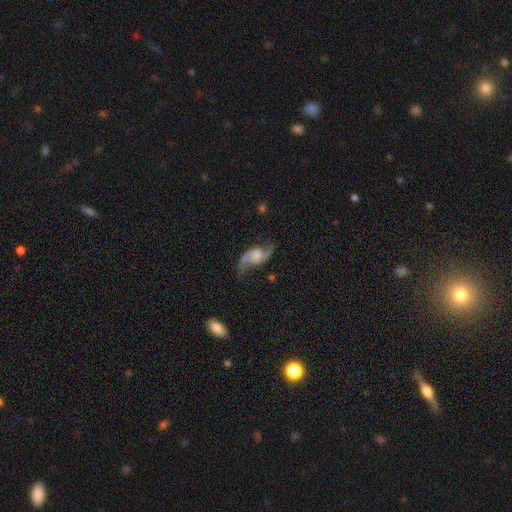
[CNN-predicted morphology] A featured or disk galaxy (85%) with no bar (55%), 2 (93%) loose (62%) spiral arms (96%) and a small central bulge (31%). Merging: none (73%).